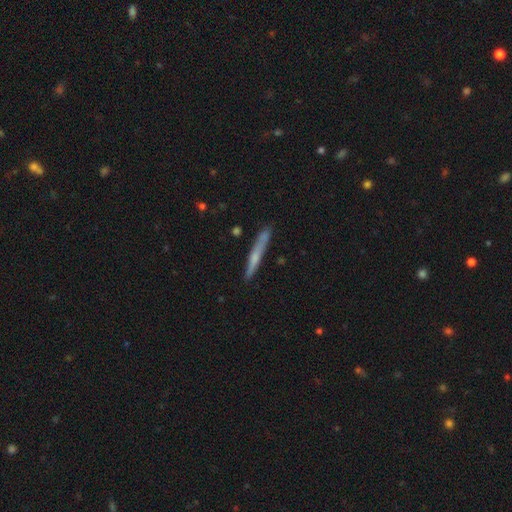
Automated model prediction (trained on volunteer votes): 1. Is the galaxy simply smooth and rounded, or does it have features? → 47% smooth, 46% featured or disk, 7% star or artifact.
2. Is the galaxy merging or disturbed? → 85% none, 11% minor disturbance, 2% merger, 2% major disturbance.